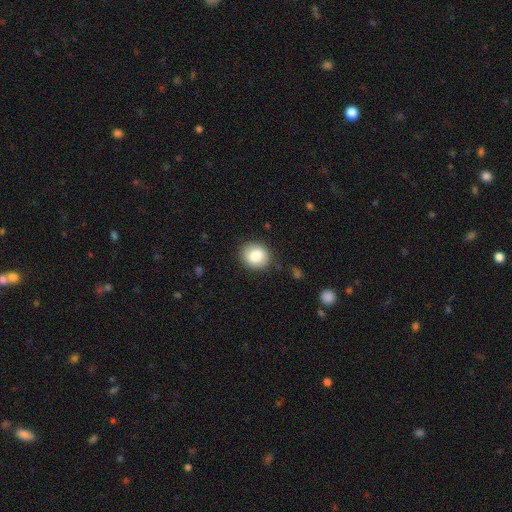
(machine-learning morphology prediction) This is clearly a smooth galaxy (83%). How rounded: likely round (76%). Merging: clearly none (86%).